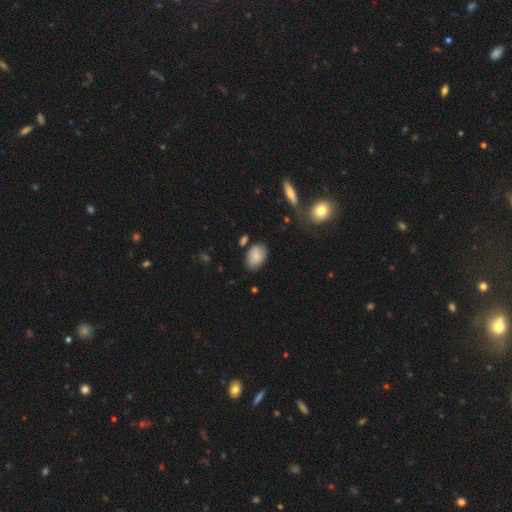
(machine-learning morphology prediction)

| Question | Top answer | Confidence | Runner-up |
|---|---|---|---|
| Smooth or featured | smooth | 74% | featured or disk (18%) |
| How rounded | in between | 86% | round (12%) |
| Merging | none | 72% | minor disturbance (19%) |